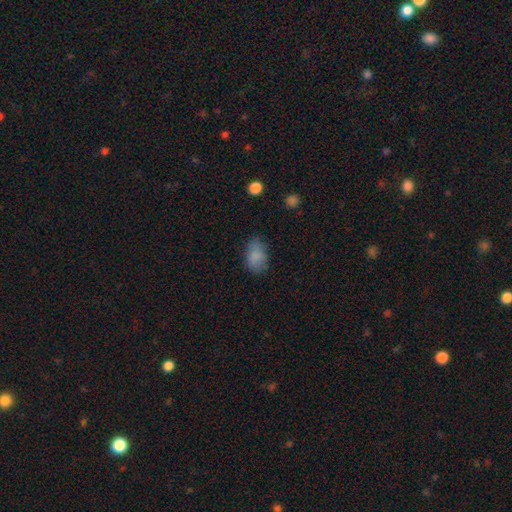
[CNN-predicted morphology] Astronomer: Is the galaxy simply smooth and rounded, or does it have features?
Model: smooth — 83%.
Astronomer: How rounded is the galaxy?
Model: in between — 88%.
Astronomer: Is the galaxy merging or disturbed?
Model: none — 70%.